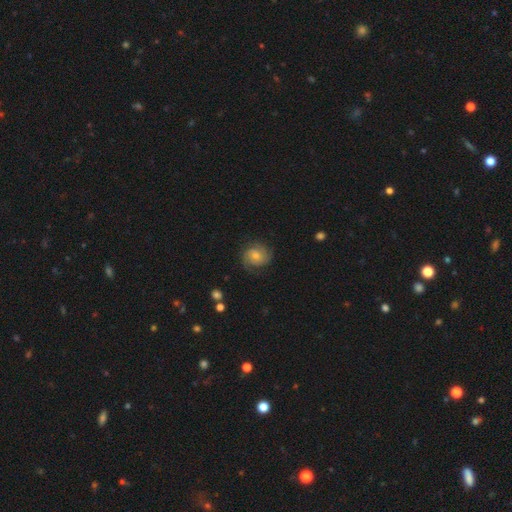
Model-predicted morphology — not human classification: Smooth or featured: featured or disk — 63% (smooth — 29%)
Edge-on disk: no — 98% (yes — 2%)
Bar: no — 74% (weak — 23%)
Spiral arms: yes — 92% (no — 8%)
Spiral winding: tight — 44% (medium — 40%)
Spiral arm count: 2 — 51% (can't tell — 20%)
Bulge size: small — 52% (moderate — 40%)
Merging: none — 73% (minor disturbance — 17%)